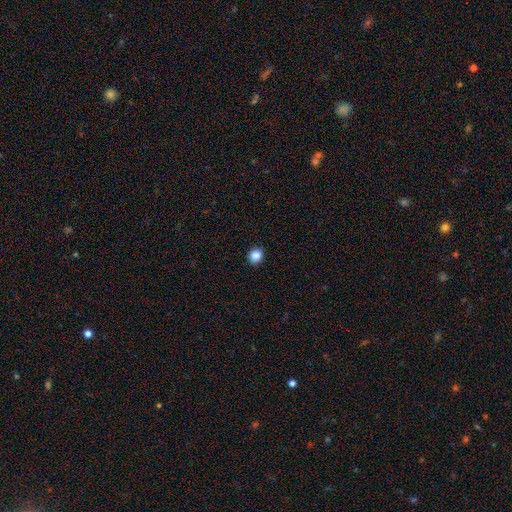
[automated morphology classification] The model was most divided on "how rounded": round: 77%, in between: 22%, cigar-shaped: 1%. More confident: merging — none (91%); smooth or featured — smooth (86%).